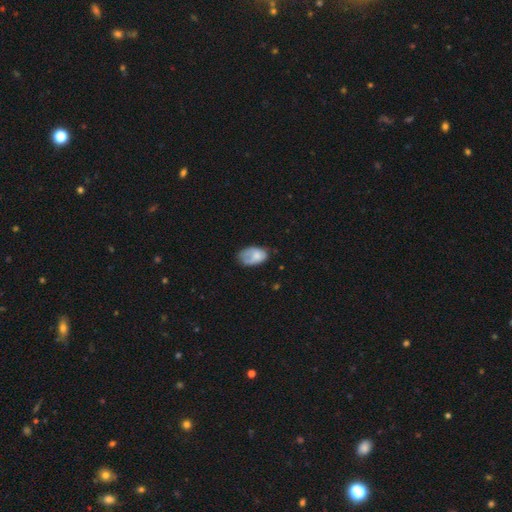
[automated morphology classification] Q: Smooth or featured?
A: smooth (72%); runner-up: featured or disk (20%)
Q: How rounded?
A: in between (90%); runner-up: round (9%)
Q: Merging?
A: none (41%); runner-up: minor disturbance (37%)